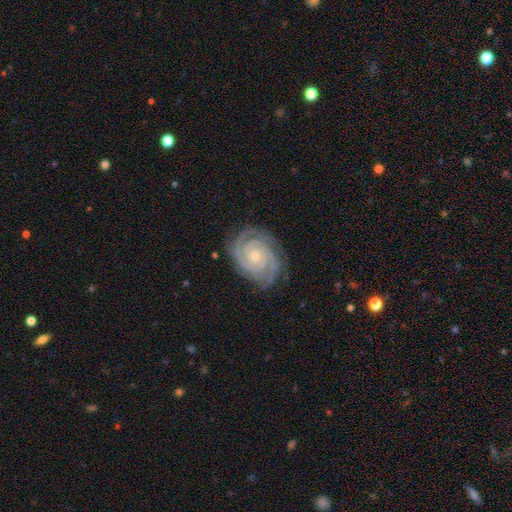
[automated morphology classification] featured or disk 92%, star or artifact 4%, smooth 3%. Down the decision tree: edge-on disk — no (98%); bar — no (73%); spiral arms — yes (99%); spiral arm count — 2 (42%); spiral winding — tight (84%); bulge size — small (74%); merging — none (82%).